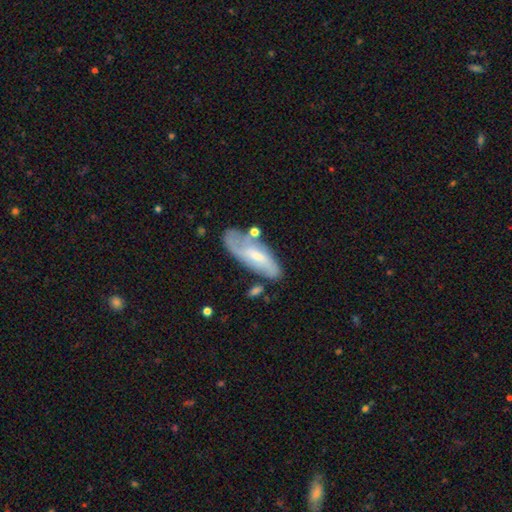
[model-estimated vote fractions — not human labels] Q: Smooth or featured?
A: featured or disk (54%); runner-up: smooth (39%)
Q: Edge-on disk?
A: no (81%); runner-up: yes (19%)
Q: Merging?
A: none (56%); runner-up: minor disturbance (24%)